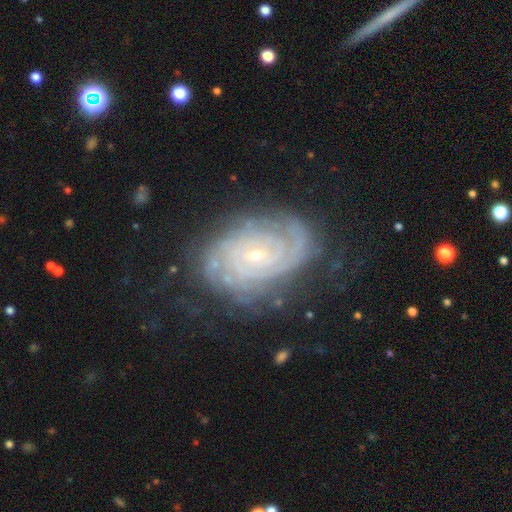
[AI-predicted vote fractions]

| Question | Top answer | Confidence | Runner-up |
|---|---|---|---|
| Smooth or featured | featured or disk | 86% | smooth (8%) |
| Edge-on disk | no | 96% | yes (4%) |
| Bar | no | 67% | weak (26%) |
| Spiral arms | yes | 96% | no (4%) |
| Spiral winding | tight | 78% | medium (18%) |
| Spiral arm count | can't tell | 35% | 2 (24%) |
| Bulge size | small | 80% | moderate (17%) |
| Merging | none | 72% | minor disturbance (18%) |